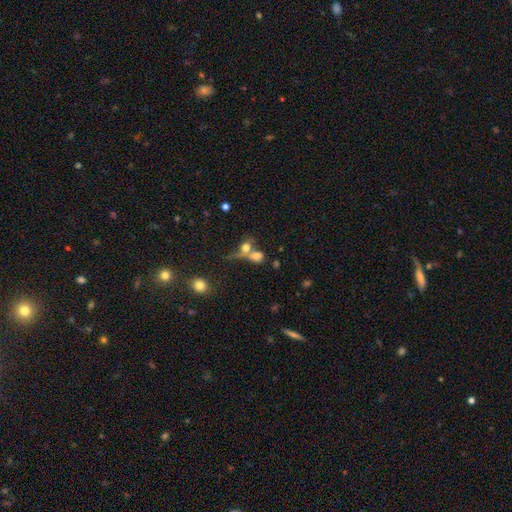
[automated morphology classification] smooth-or-featured: smooth: 67% | featured or disk: 20% | star or artifact: 13%
  how-rounded: in between: 54% | round: 36% | cigar-shaped: 10%
  merging: merger: 61% | none: 23% | minor disturbance: 8% | major disturbance: 8%